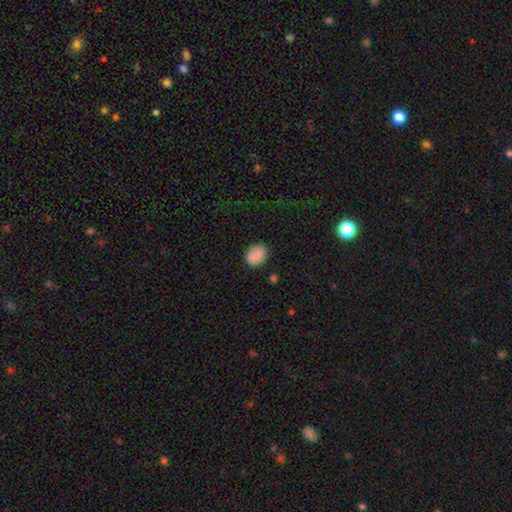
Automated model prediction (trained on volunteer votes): A smooth galaxy with no disk features (84%) that is round (62%). Merging: none (80%).